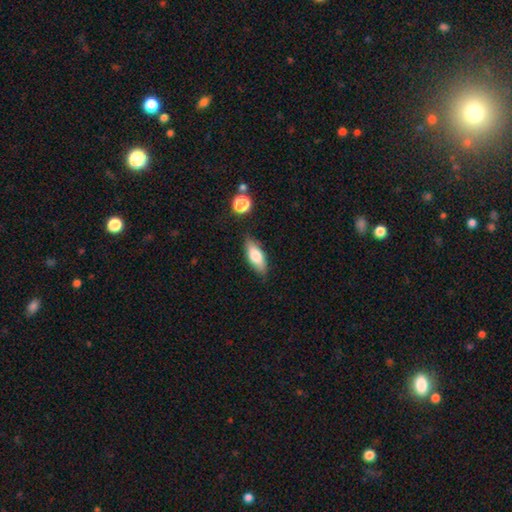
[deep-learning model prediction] A smooth galaxy with no disk features (73%) that is in between round and cigar-shaped (71%).

Vote fractions:
- Smooth or featured? smooth: 73% / featured or disk: 20% / star or artifact: 7%
- How rounded? in between: 71% / cigar-shaped: 26% / round: 3%
- Merging? none: 80% / minor disturbance: 14% / major disturbance: 3% / merger: 3%